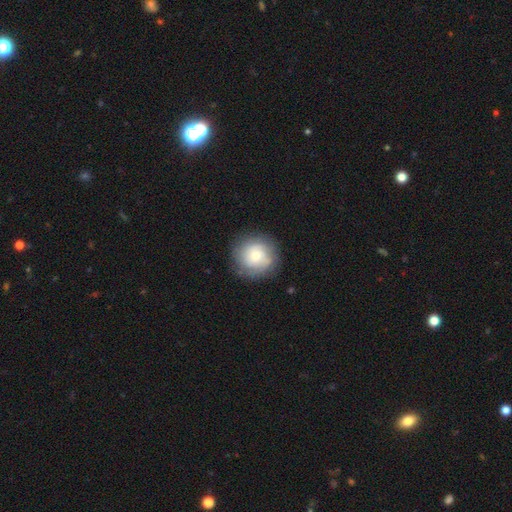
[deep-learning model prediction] Morphology: type=smooth (62%); roundness=round (93%); merging=none (80%).